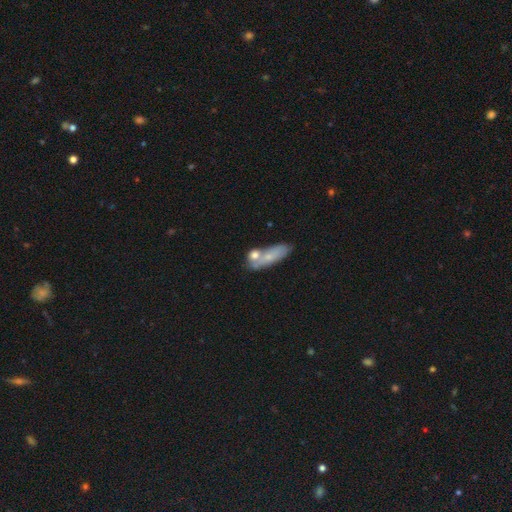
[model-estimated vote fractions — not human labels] This is likely a smooth galaxy (61%). How rounded: likely in between (61%). Merging: marginally none (40%).